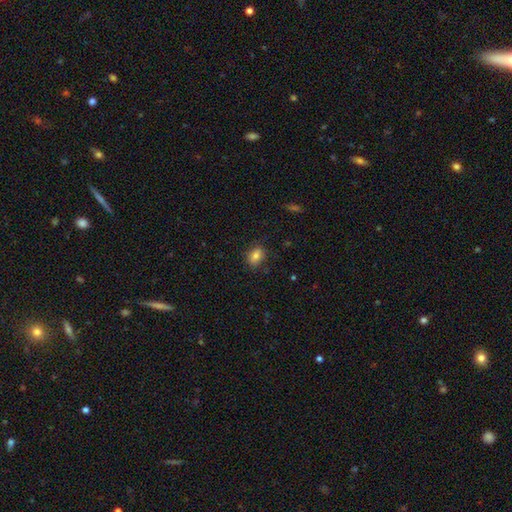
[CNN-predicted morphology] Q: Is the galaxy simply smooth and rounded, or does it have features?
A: smooth — 82%.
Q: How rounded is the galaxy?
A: in between — 69%.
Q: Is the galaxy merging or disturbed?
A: none — 83%.